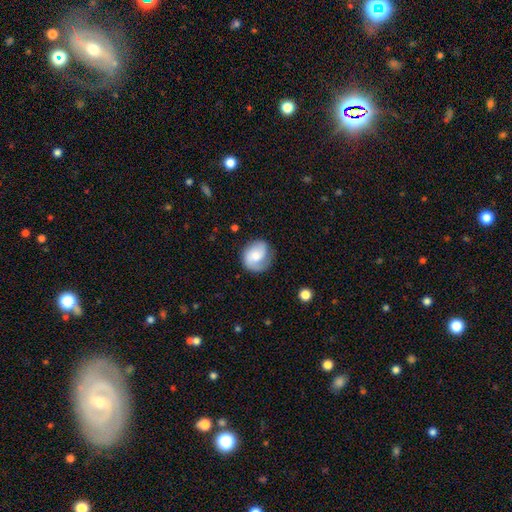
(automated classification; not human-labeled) featured or disk 52%, smooth 41%, star or artifact 7%. Down the decision tree: edge-on disk — no (97%); bar — no (64%); spiral arms — yes (88%); bulge size — moderate (51%); merging — none (65%).